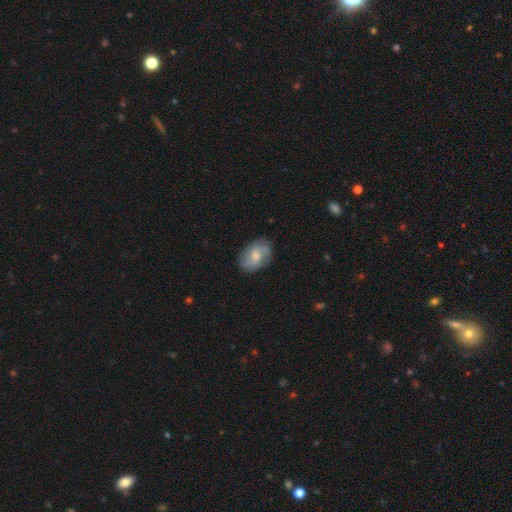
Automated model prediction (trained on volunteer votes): smooth-or-featured: smooth: 49% | featured or disk: 45% | star or artifact: 7%
  merging: none: 77% | minor disturbance: 17% | major disturbance: 5% | merger: 1%